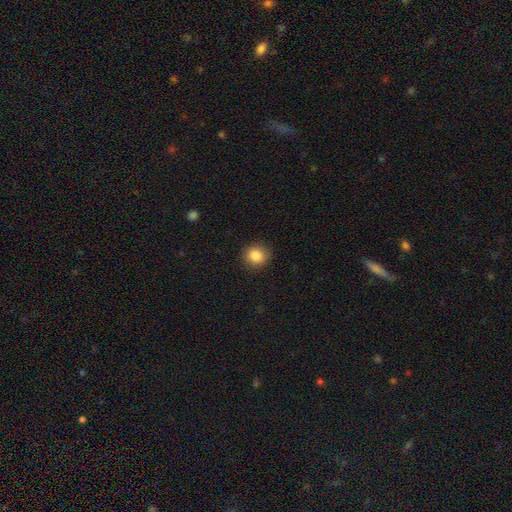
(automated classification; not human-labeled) A smooth galaxy with no disk features (85%) that is round (87%).

Vote fractions:
- Smooth or featured? smooth: 85% / star or artifact: 10% / featured or disk: 5%
- How rounded? round: 87% / in between: 12% / cigar-shaped: 1%
- Merging? none: 90% / minor disturbance: 7% / major disturbance: 2% / merger: 1%